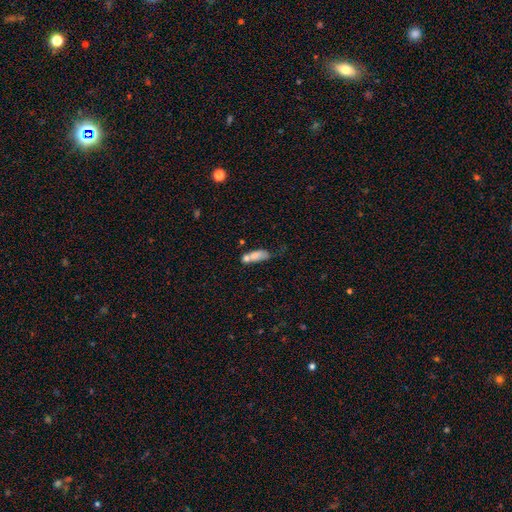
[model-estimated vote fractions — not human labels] smooth 74%, featured or disk 17%, star or artifact 9%. Down the decision tree: how rounded — in between (70%); merging — merger (40%).